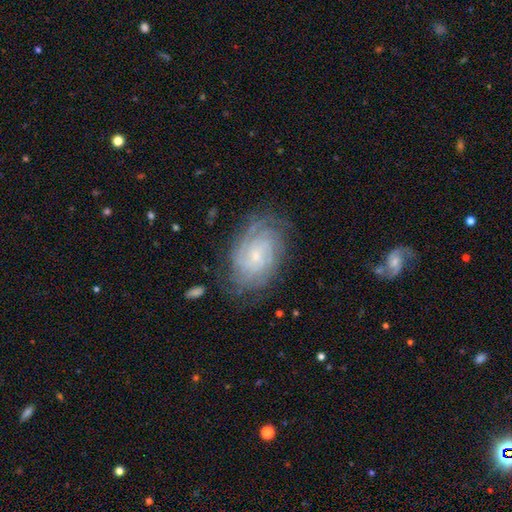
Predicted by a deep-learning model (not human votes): Morphology: type=featured or disk (81%); edge-on=no (97%); bar=no (68%); spiral arms=yes (96%); winding=tight (76%); arm count=can't tell (36%); bulge=small (78%); merging=none (76%).